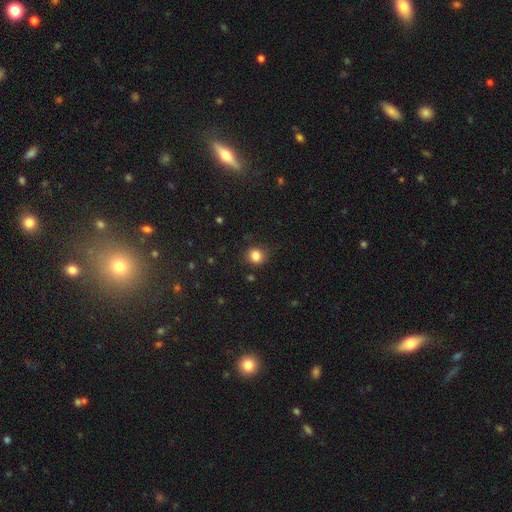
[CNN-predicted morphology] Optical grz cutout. It shows a smooth galaxy with no disk features (84%) that is round (80%). Merging: none (80%).